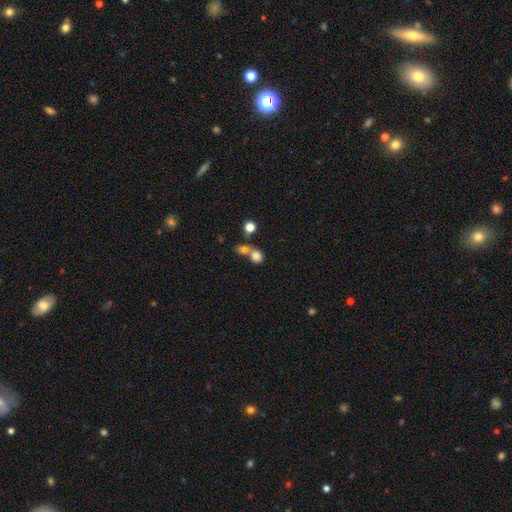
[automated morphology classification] The model was most divided on "merging": merger: 49%, none: 40%, minor disturbance: 7%, major disturbance: 4%. More confident: smooth or featured — smooth (80%); how rounded — round (76%).